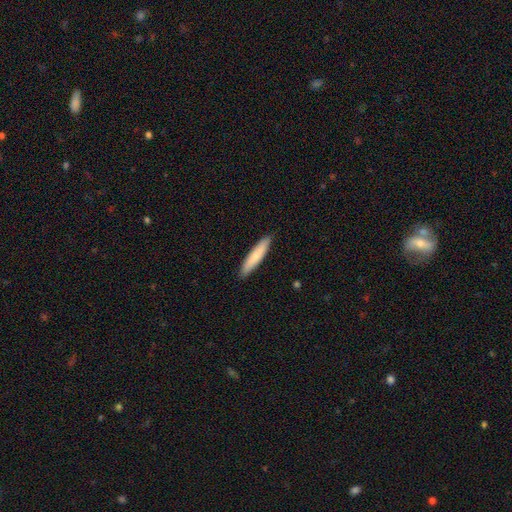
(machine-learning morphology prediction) This appears to be a smooth galaxy with no disk features (79%) that is cigar-shaped (87%). Merging: none (90%).